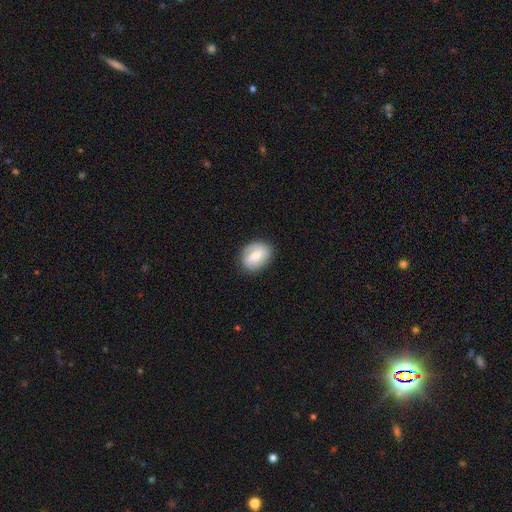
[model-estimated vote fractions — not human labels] The model was most divided on "how rounded": in between: 59%, round: 40%, cigar-shaped: 1%. More confident: merging — none (83%); smooth or featured — smooth (58%).